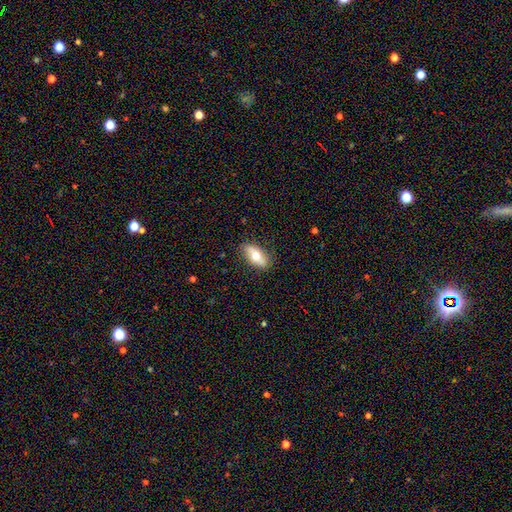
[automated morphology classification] smooth-or-featured: smooth: 62% | featured or disk: 32% | star or artifact: 7%
  how-rounded: in between: 85% | cigar-shaped: 10% | round: 5%
  merging: none: 84% | minor disturbance: 12% | major disturbance: 3% | merger: 1%